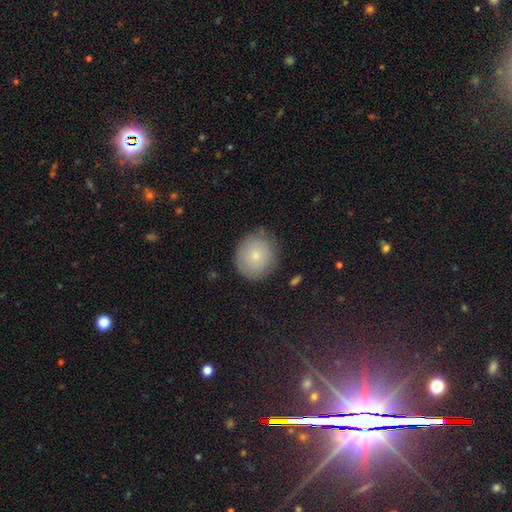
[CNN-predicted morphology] type=smooth (77%); roundness=round (84%); merging=none (79%).